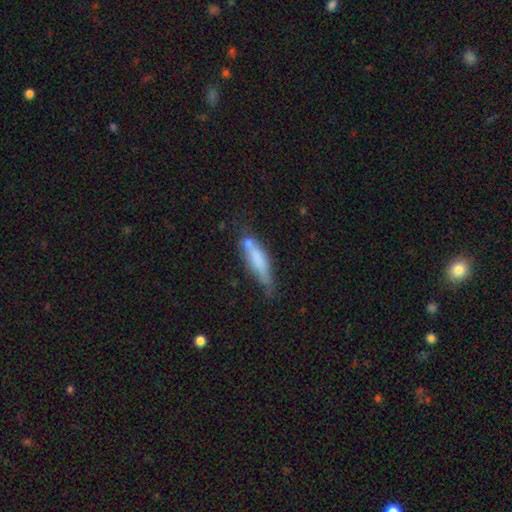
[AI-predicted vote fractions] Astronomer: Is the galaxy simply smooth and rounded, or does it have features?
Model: smooth — 66%.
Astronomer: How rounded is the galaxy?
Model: cigar-shaped — 67%.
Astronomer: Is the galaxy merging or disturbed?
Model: none — 50% (runner-up: minor disturbance, 28%).